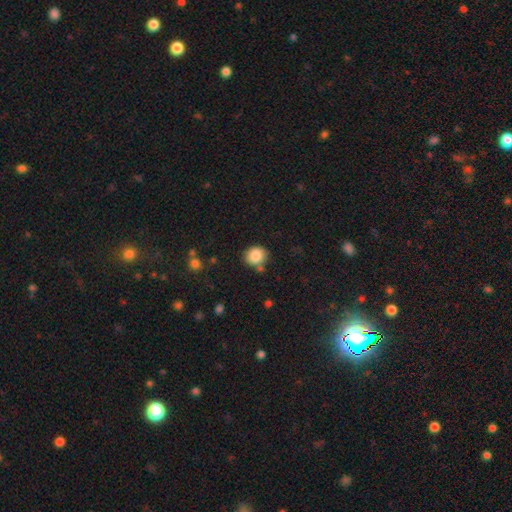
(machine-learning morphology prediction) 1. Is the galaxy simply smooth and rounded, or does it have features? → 85% smooth, 9% star or artifact, 6% featured or disk.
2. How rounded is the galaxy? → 77% round, 22% in between, 1% cigar-shaped.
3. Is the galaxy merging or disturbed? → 75% none, 13% minor disturbance, 8% merger, 3% major disturbance.